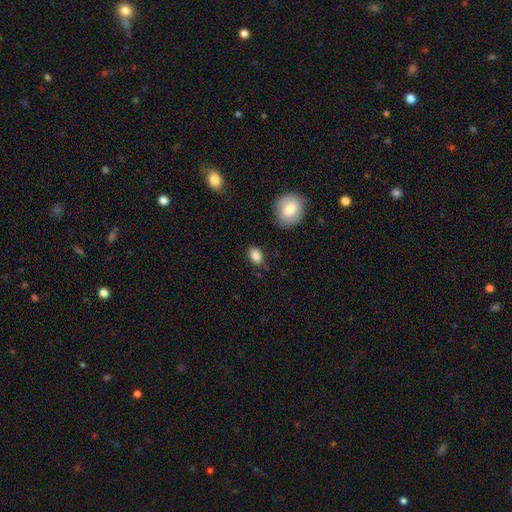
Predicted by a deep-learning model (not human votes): Smooth or featured?
  - smooth: 86% *
  - star or artifact: 8%
  - featured or disk: 5%
How rounded?
  - in between: 81% *
  - round: 17%
  - cigar-shaped: 2%
Merging?
  - none: 78% *
  - minor disturbance: 16%
  - major disturbance: 3%
  - merger: 2%